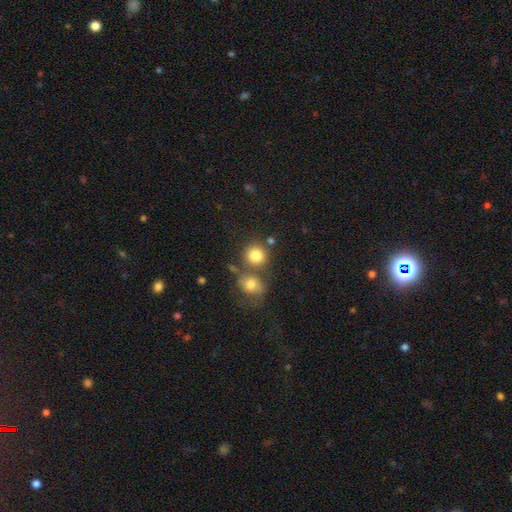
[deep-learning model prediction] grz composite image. It shows a smooth galaxy with no disk features (82%) that is round (86%). Merging: none (62%).